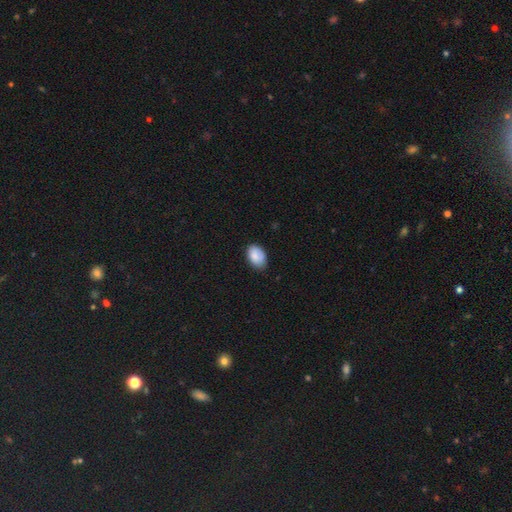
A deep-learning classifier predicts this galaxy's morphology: A smooth galaxy with no disk features (87%) that is in between round and cigar-shaped (89%). Merging: none (76%).